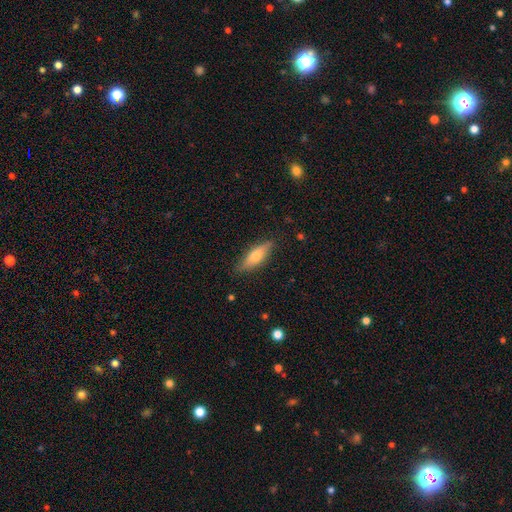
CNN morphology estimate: smooth-or-featured: smooth: 57% | featured or disk: 37% | star or artifact: 6%
  how-rounded: cigar-shaped: 51% | in between: 47% | round: 2%
  merging: none: 84% | minor disturbance: 12% | major disturbance: 3% | merger: 1%